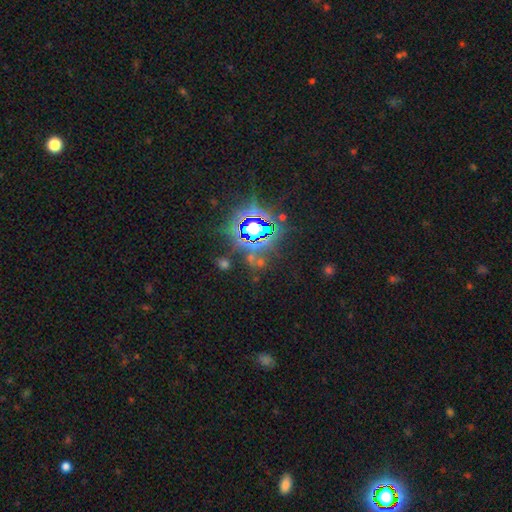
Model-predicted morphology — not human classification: This is clearly a star or artifact rather than a galaxy (80%).